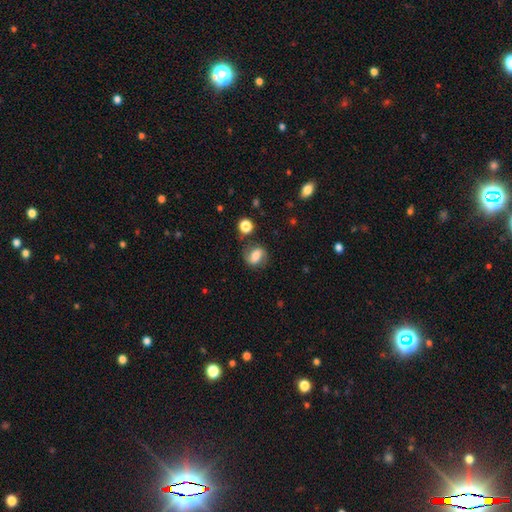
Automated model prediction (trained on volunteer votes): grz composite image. It shows a smooth galaxy with no disk features (53%) that is in between round and cigar-shaped (56%). Merging: none (71%).